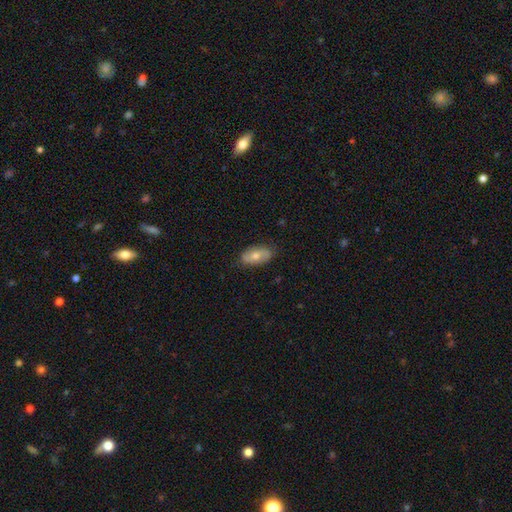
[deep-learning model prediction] Smooth or featured?
  - smooth: 61% *
  - featured or disk: 33%
  - star or artifact: 6%
How rounded?
  - in between: 91% *
  - cigar-shaped: 5%
  - round: 4%
Merging?
  - none: 81% *
  - minor disturbance: 15%
  - major disturbance: 3%
  - merger: 1%